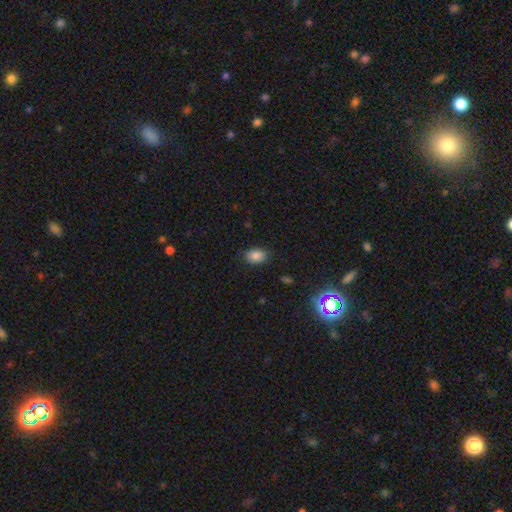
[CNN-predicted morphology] Overall: smooth (82%). How rounded: in between (78%). Merging: none (85%).